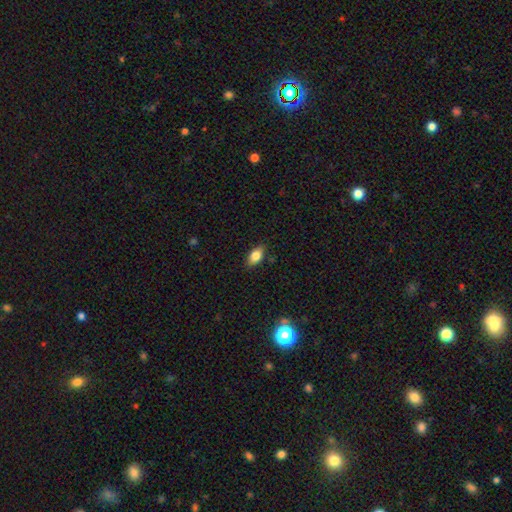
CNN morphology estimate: This is likely a smooth galaxy (77%). How rounded: clearly in between (85%). Merging: clearly none (83%).